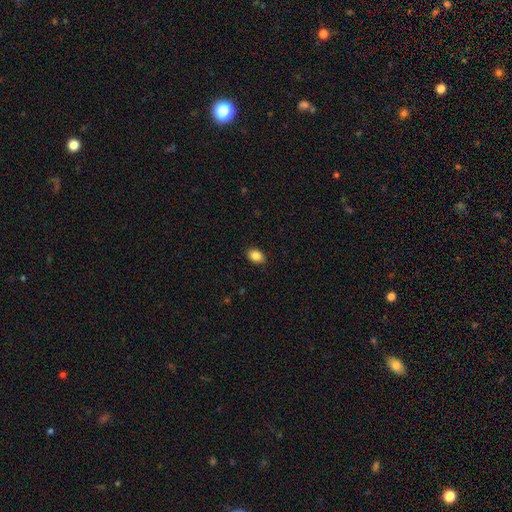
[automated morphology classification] Overall: smooth (88%). How rounded: in between (79%). Merging: none (88%).